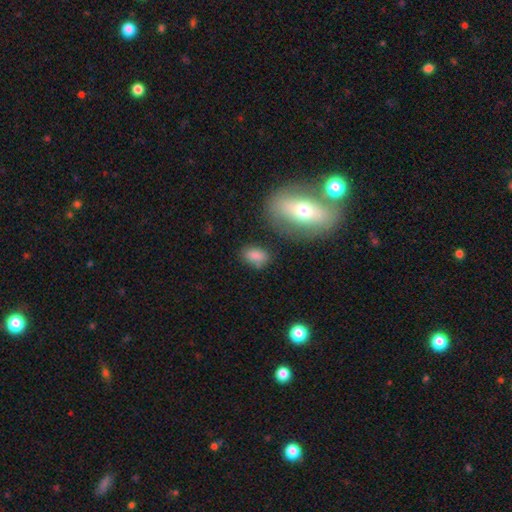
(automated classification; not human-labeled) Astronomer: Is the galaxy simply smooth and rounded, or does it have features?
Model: smooth — 83%.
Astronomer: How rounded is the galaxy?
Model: in between — 87%.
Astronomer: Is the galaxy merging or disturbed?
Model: none — 73%.